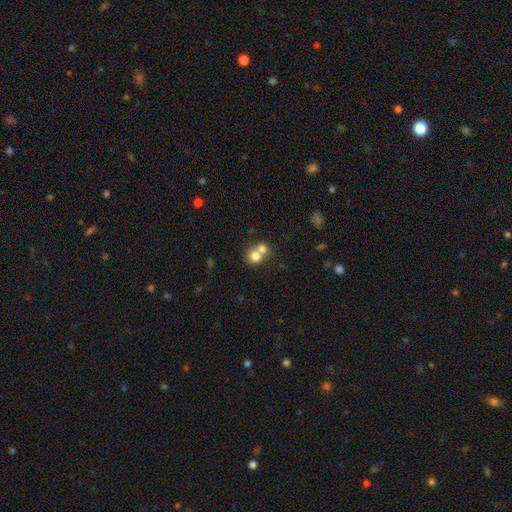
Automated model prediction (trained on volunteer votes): Smooth or featured? Predicted: smooth (p=0.74). How rounded? Predicted: round (p=0.80). Merging? Predicted: merger (p=0.62).